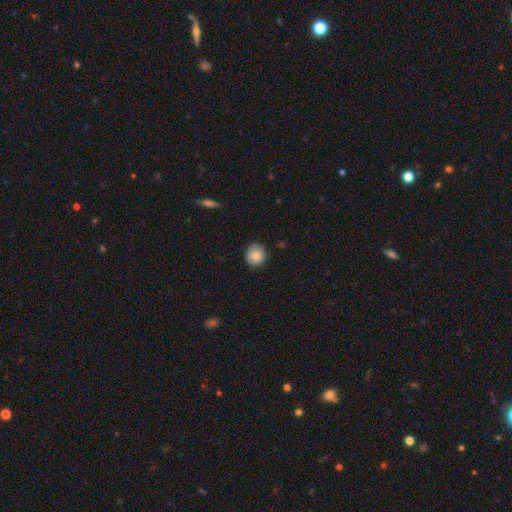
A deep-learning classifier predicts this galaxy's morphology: Q: Smooth or featured?
A: smooth (85%); runner-up: star or artifact (8%)
Q: How rounded?
A: round (82%); runner-up: in between (17%)
Q: Merging?
A: none (84%); runner-up: minor disturbance (13%)